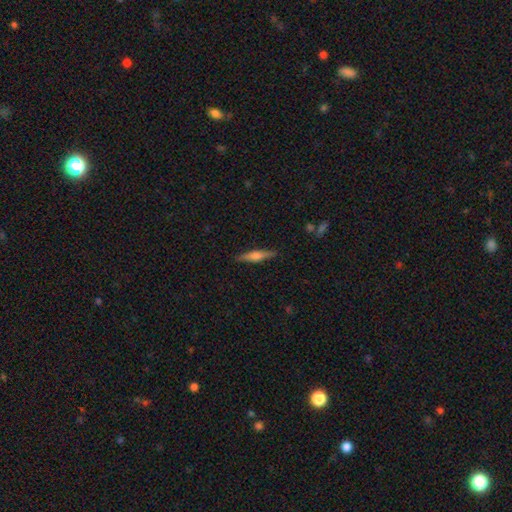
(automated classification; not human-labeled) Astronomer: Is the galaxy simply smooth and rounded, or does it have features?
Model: featured or disk — 60%.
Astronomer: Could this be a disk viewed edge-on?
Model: yes — 97%.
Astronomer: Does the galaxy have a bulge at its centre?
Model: rounded — 80%.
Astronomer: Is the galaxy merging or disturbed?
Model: none — 88%.